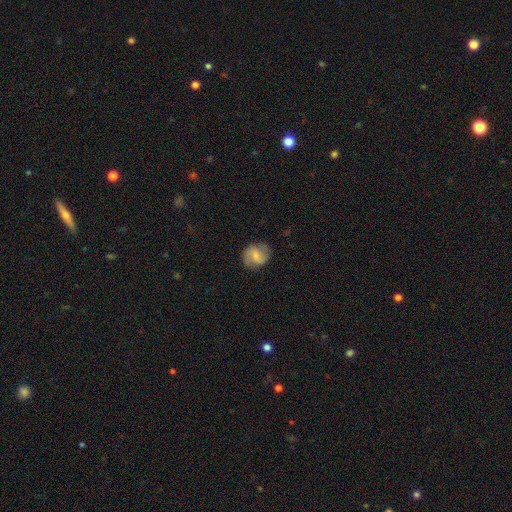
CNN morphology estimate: Smooth or featured? featured or disk (56%)
Edge-on disk? no (97%)
Bar? weak (53%)
Spiral arms? yes (88%)
Bulge size? small (50%)
Merging? none (81%)